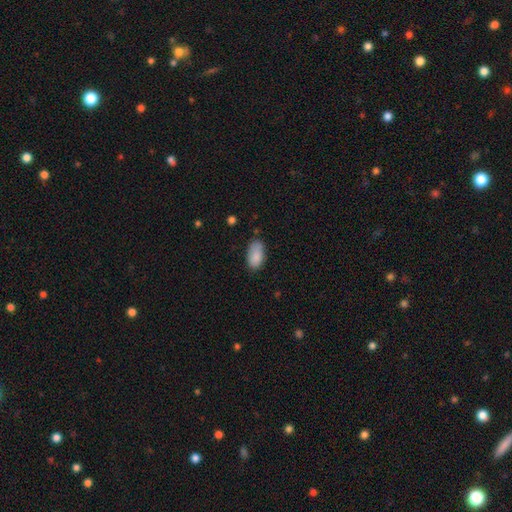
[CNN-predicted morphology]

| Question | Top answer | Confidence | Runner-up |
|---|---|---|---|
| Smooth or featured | smooth | 87% | star or artifact (7%) |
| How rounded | in between | 94% | round (4%) |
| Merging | none | 70% | minor disturbance (23%) |